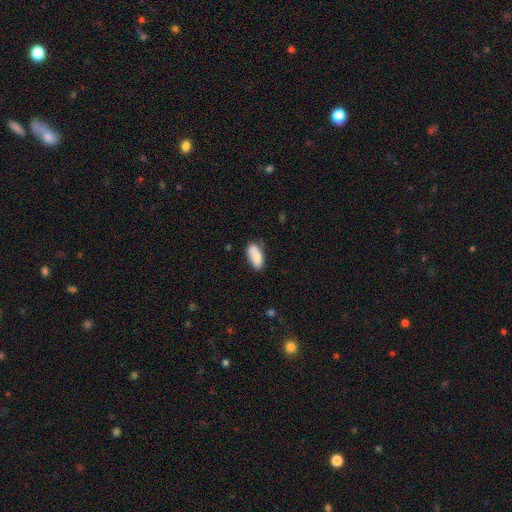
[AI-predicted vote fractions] smooth_or_featured: smooth (p=0.86) [alt: featured or disk p=0.07]
how_rounded: in between (p=0.88) [alt: cigar-shaped p=0.10]
merging: none (p=0.71) [alt: minor disturbance p=0.22]